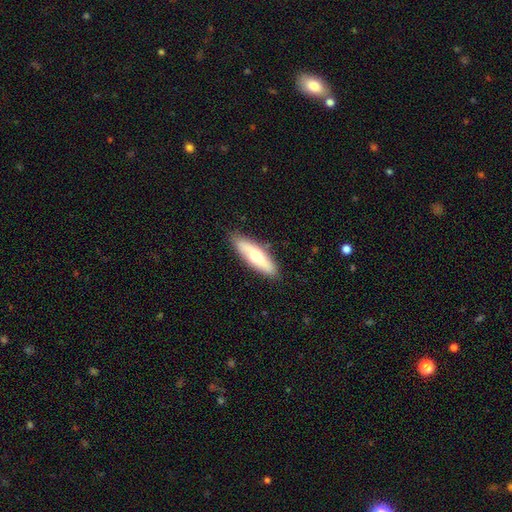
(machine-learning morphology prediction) Smooth or featured?
  - smooth: 56% *
  - featured or disk: 38%
  - star or artifact: 5%
How rounded?
  - cigar-shaped: 56% *
  - in between: 42%
  - round: 2%
Merging?
  - none: 86% *
  - minor disturbance: 11%
  - major disturbance: 2%
  - merger: 1%